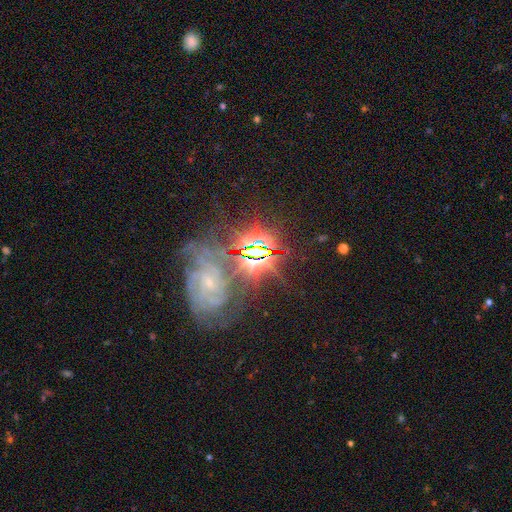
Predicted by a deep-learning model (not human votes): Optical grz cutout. It shows a star or artifact, not a galaxy (63%).